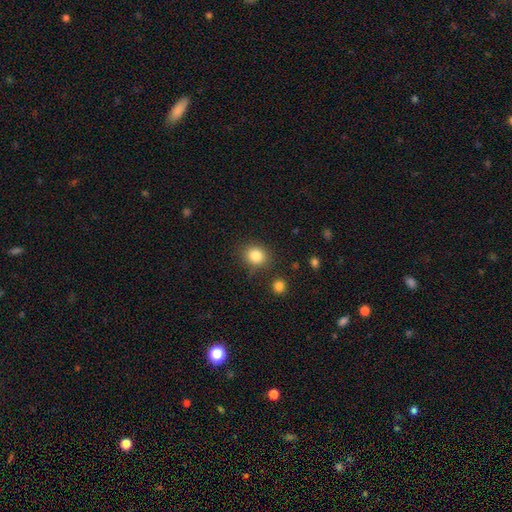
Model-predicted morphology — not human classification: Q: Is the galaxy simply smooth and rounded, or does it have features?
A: smooth — 84%.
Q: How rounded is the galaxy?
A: round — 73%.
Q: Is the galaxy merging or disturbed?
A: none — 83%.